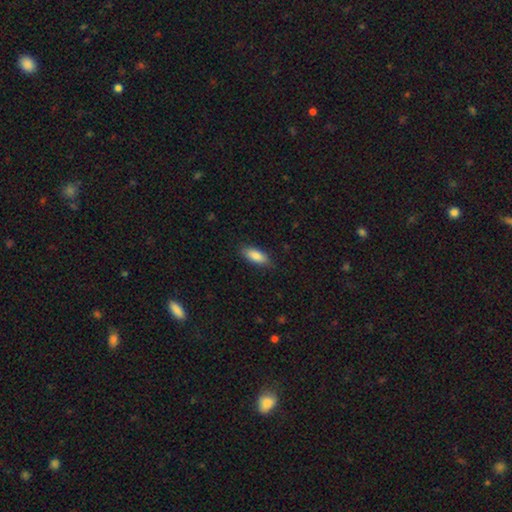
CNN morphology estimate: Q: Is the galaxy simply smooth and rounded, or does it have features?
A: smooth — 86%.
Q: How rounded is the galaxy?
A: in between — 77%.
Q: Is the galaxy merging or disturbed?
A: none — 83%.